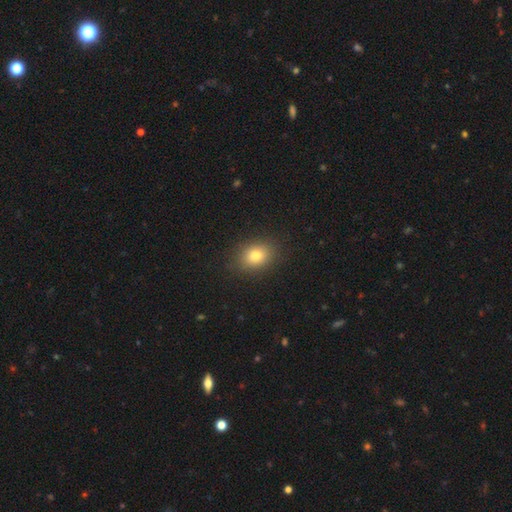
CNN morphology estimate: This appears to be a smooth galaxy with no disk features (80%) that is in between round and cigar-shaped (63%). Merging: none (88%).